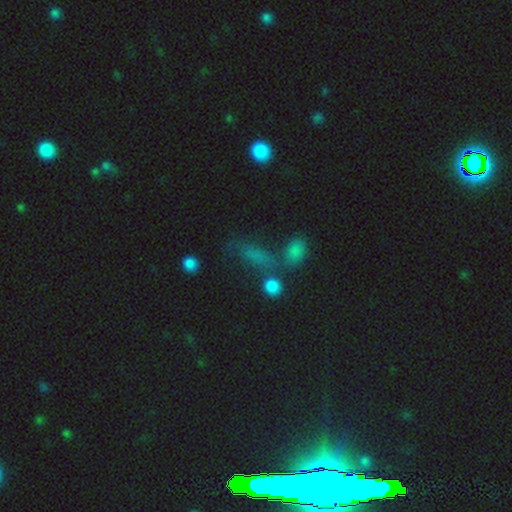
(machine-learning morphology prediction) Overall: smooth (63%). How rounded: in between (55%; cigar-shaped 25%). Merging: none (49%; merger 19%).